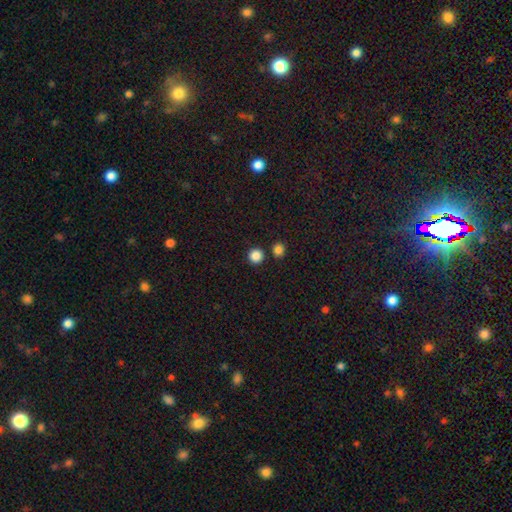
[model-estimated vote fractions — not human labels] smooth_or_featured: smooth (p=0.86) [alt: star or artifact p=0.11]
how_rounded: round (p=0.95) [alt: in between p=0.04]
merging: none (p=0.87) [alt: merger p=0.06]